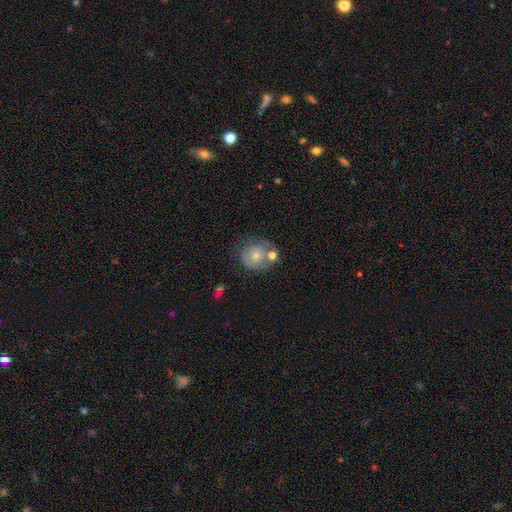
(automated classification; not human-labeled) smooth 66%, featured or disk 25%, star or artifact 9%. Down the decision tree: how rounded — round (77%); merging — none (49%).